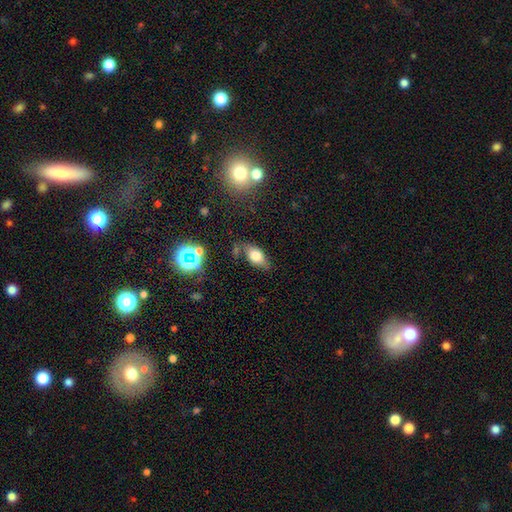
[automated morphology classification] smooth-or-featured: smooth: 68% | featured or disk: 19% | star or artifact: 13%
  how-rounded: in between: 86% | round: 8% | cigar-shaped: 6%
  merging: none: 69% | minor disturbance: 20% | merger: 6% | major disturbance: 6%